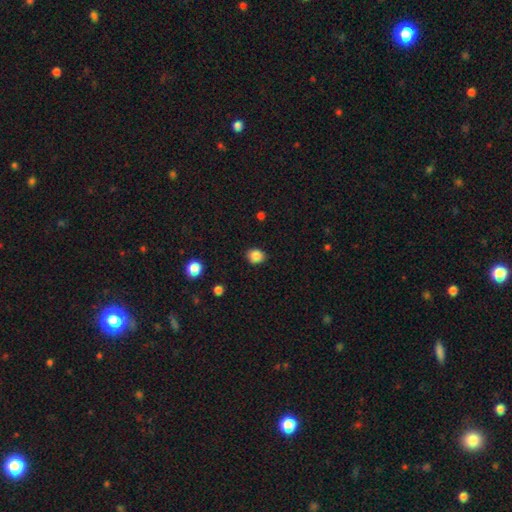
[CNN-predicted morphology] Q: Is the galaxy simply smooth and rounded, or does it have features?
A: smooth — 86%.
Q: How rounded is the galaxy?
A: round — 67%.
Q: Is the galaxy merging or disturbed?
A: none — 84%.